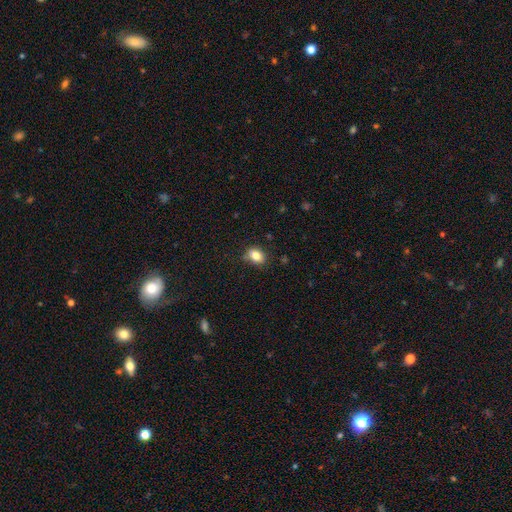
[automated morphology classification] smooth-or-featured: smooth: 83% | star or artifact: 9% | featured or disk: 8%
  how-rounded: in between: 76% | round: 23% | cigar-shaped: 2%
  merging: none: 73% | minor disturbance: 18% | merger: 5% | major disturbance: 4%